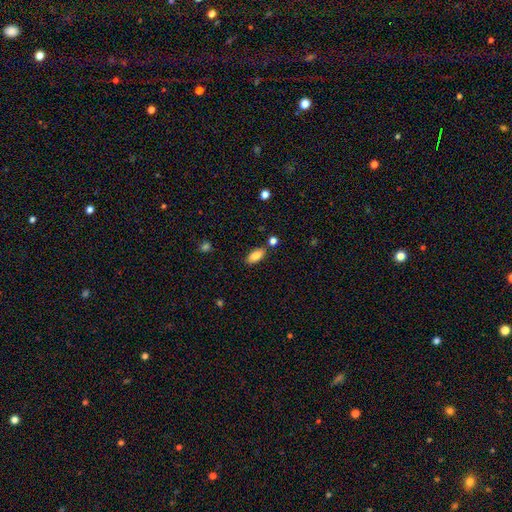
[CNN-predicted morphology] This appears to be a smooth galaxy with no disk features (84%) that is in between round and cigar-shaped (89%). Merging: none (79%).